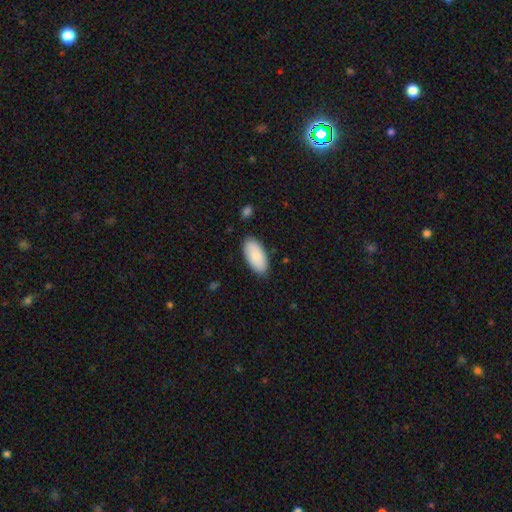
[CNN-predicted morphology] The model was most divided on "merging": none: 85%, minor disturbance: 11%, major disturbance: 2%, merger: 1%. More confident: how rounded — in between (93%); smooth or featured — smooth (86%).